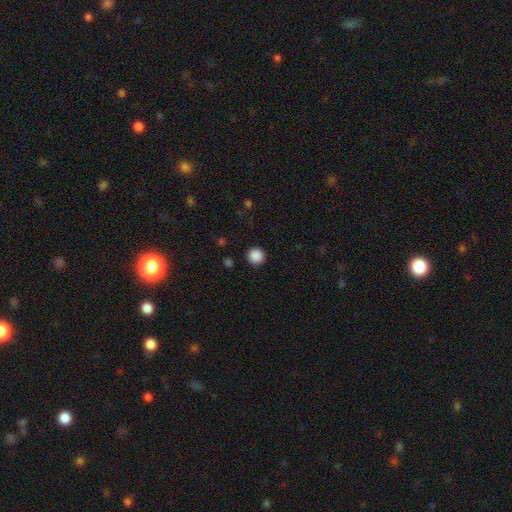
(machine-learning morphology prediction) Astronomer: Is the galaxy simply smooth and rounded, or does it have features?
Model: smooth — 88%.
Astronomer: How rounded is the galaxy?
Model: round — 95%.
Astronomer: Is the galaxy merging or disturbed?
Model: none — 92%.